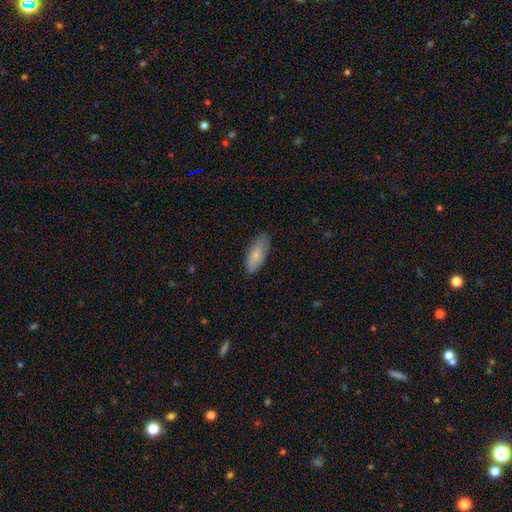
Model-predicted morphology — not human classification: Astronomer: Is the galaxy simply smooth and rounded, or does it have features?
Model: smooth — 77%.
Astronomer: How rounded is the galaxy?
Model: in between — 78%.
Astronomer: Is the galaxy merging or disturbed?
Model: none — 82%.